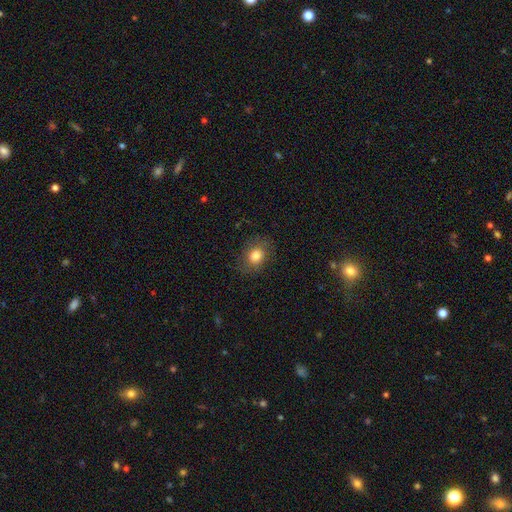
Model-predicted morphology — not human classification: Smooth or featured? smooth (81%)
How rounded? round (52%)
Merging? none (82%)